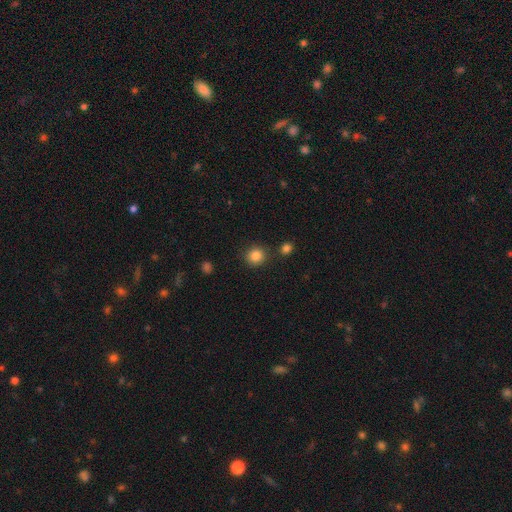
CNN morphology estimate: Smooth or featured?
  - smooth: 85% *
  - star or artifact: 11%
  - featured or disk: 5%
How rounded?
  - round: 91% *
  - in between: 8%
  - cigar-shaped: 1%
Merging?
  - none: 86% *
  - minor disturbance: 7%
  - merger: 4%
  - major disturbance: 3%